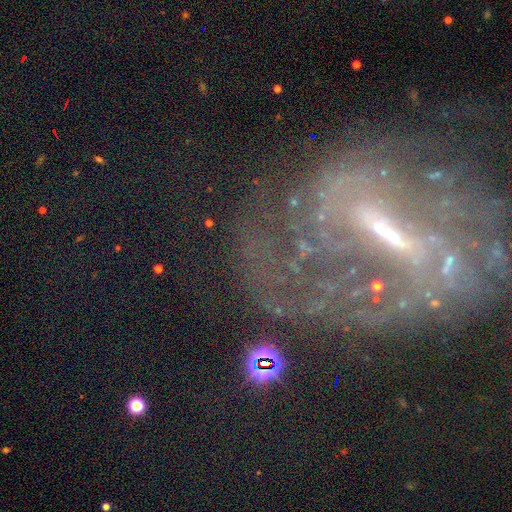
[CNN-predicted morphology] The model was most divided on "bulge size": small: 46%, moderate: 32%, none: 16%, large: 4%, dominant: 2%. More confident: edge-on disk — no (92%); spiral arms — yes (73%); smooth or featured — featured or disk (72%); merging — none (53%); bar — strong (52%).